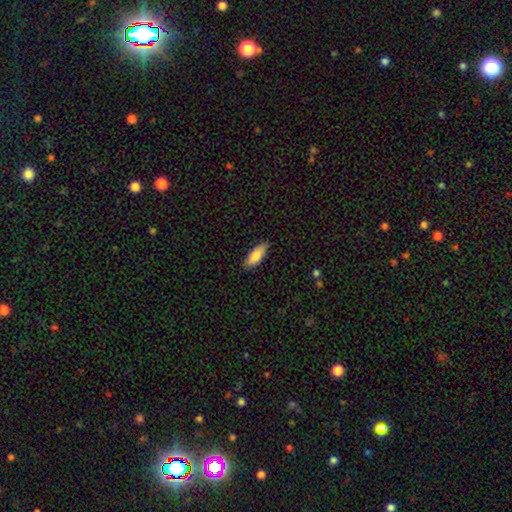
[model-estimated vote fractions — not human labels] Smooth or featured? smooth (83%)
How rounded? in between (70%)
Merging? none (87%)